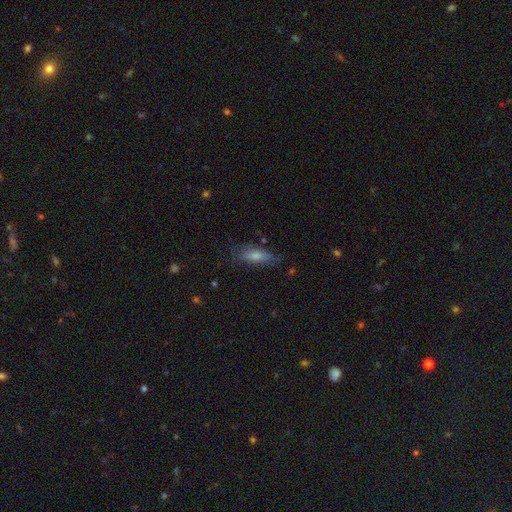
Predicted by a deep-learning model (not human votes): Q: Smooth or featured?
A: smooth (73%); runner-up: featured or disk (20%)
Q: How rounded?
A: in between (55%); runner-up: cigar-shaped (43%)
Q: Merging?
A: none (68%); runner-up: minor disturbance (23%)